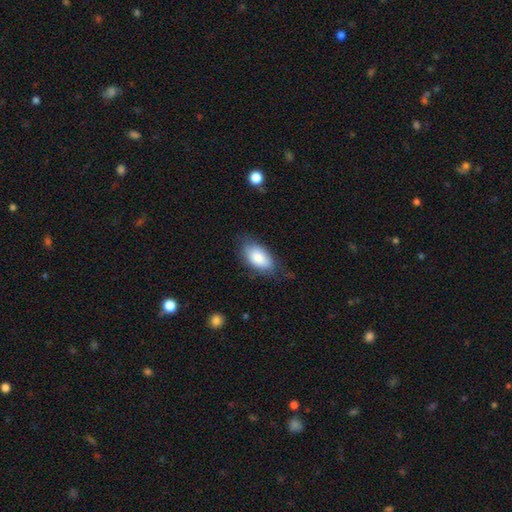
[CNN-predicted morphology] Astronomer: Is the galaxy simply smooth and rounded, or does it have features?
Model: smooth — 84%.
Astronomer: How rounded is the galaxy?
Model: in between — 93%.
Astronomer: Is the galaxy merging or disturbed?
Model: none — 70%.